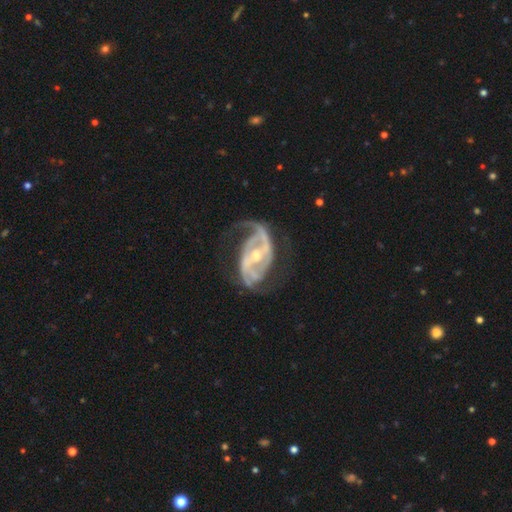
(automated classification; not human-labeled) Smooth or featured? featured or disk (91%)
Edge-on disk? no (96%)
Bar? strong (41%)
Spiral arms? yes (96%)
Spiral winding? medium (46%)
Spiral arm count? 2 (72%)
Bulge size? moderate (53%)
Merging? none (56%)